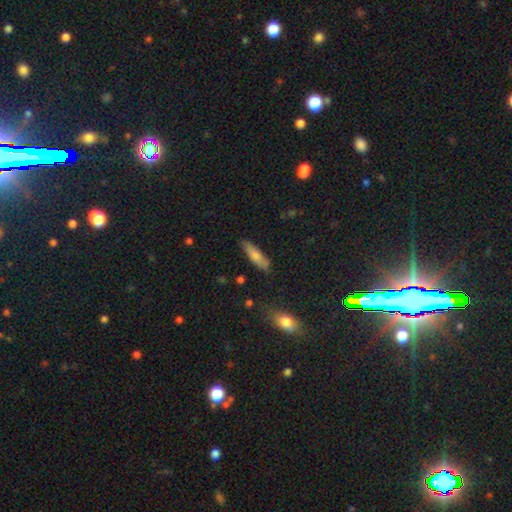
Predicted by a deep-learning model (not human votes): A smooth galaxy with no disk features (73%) that is cigar-shaped (67%).

Vote fractions:
- Smooth or featured? smooth: 73% / featured or disk: 20% / star or artifact: 6%
- How rounded? cigar-shaped: 67% / in between: 31% / round: 2%
- Merging? none: 79% / minor disturbance: 16% / major disturbance: 3% / merger: 2%